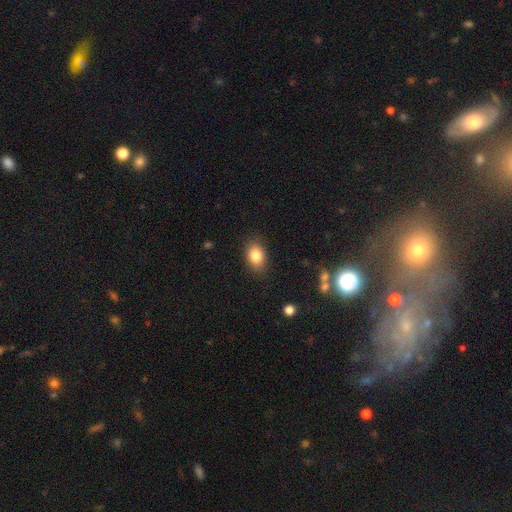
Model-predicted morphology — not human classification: Smooth or featured? Predicted: smooth (p=0.84). How rounded? Predicted: in between (p=0.78). Merging? Predicted: none (p=0.84).